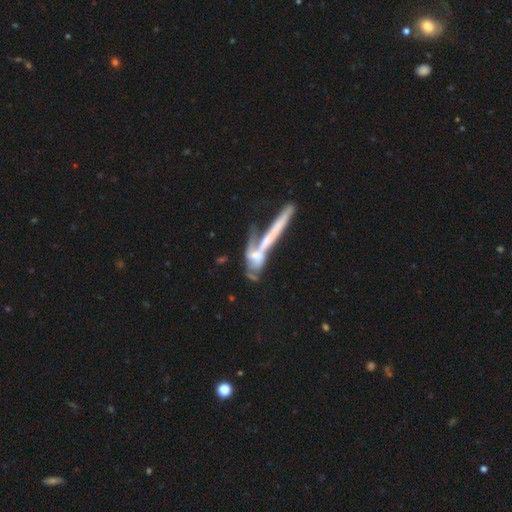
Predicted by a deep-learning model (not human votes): Q: Smooth or featured?
A: featured or disk (58%); runner-up: smooth (33%)
Q: Edge-on disk?
A: no (54%); runner-up: yes (46%)
Q: Merging?
A: merger (59%); runner-up: none (21%)